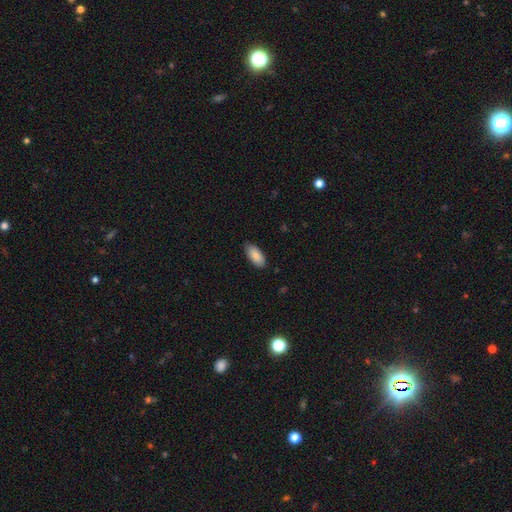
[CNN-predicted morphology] Overall: smooth (89%). How rounded: in between (90%). Merging: none (85%).